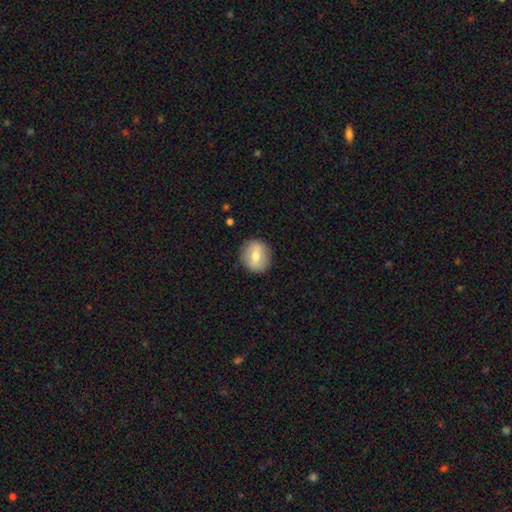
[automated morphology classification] smooth_or_featured: smooth (p=0.58) [alt: featured or disk p=0.34]
how_rounded: round (p=0.76) [alt: in between p=0.23]
merging: none (p=0.87) [alt: minor disturbance p=0.09]